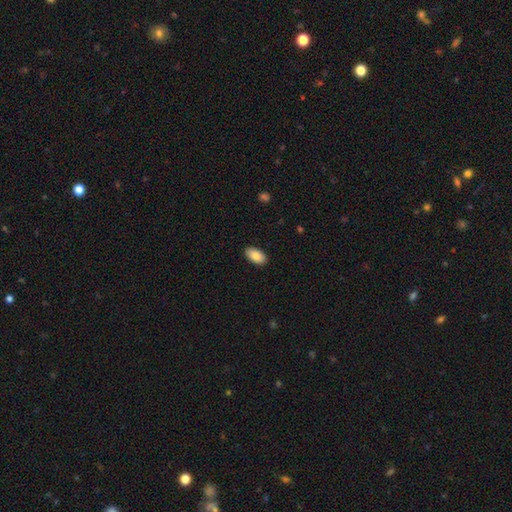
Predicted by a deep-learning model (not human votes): smooth-or-featured: smooth: 84% | featured or disk: 10% | star or artifact: 6%
  how-rounded: in between: 95% | round: 3% | cigar-shaped: 2%
  merging: none: 90% | minor disturbance: 8% | major disturbance: 2% | merger: 1%